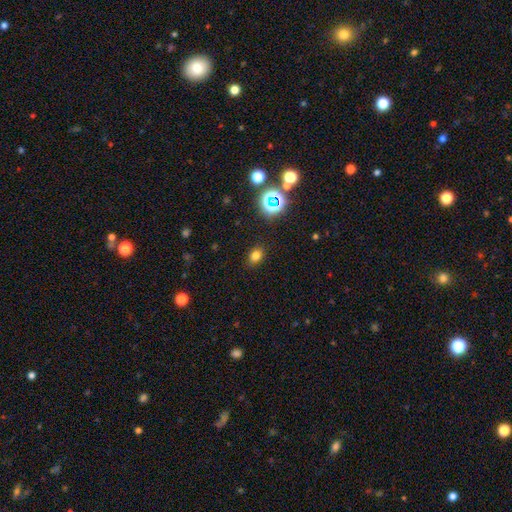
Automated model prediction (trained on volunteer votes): Morphology: type=smooth (74%); roundness=in between (60%); merging=none (86%).